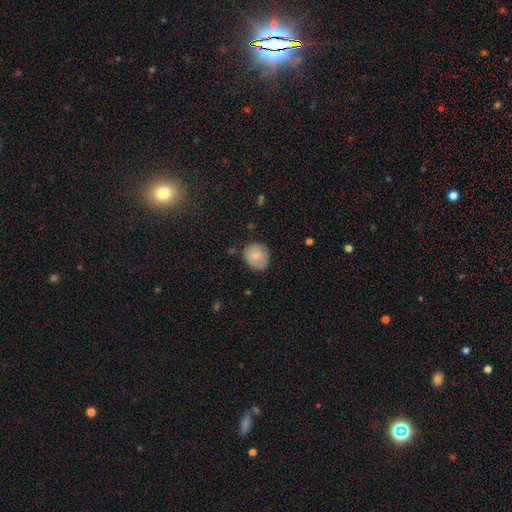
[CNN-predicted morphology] Smooth or featured? smooth (78%)
How rounded? round (77%)
Merging? none (77%)